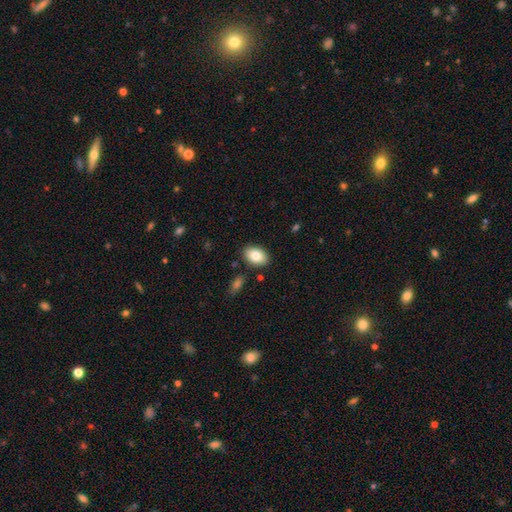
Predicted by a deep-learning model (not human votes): smooth 82%, featured or disk 11%, star or artifact 7%. Down the decision tree: how rounded — in between (90%); merging — none (86%).